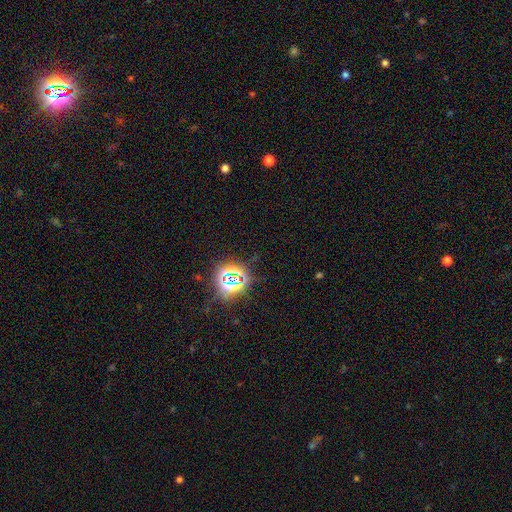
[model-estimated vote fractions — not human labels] The model was most divided on "smooth or featured": star or artifact: 79%, smooth: 14%, featured or disk: 8%.